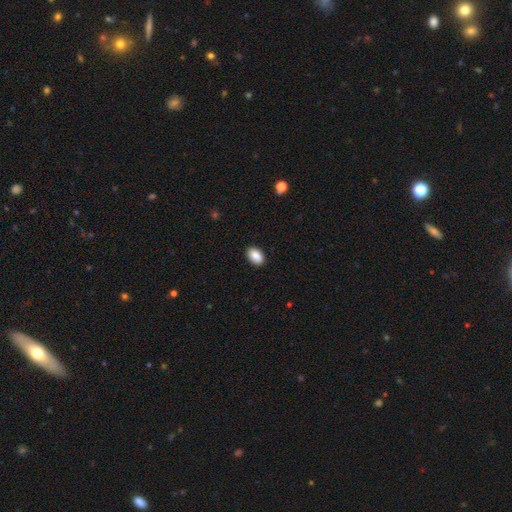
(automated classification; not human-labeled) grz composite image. It shows a smooth galaxy with no disk features (89%) that is in between round and cigar-shaped (91%). Merging: none (90%).